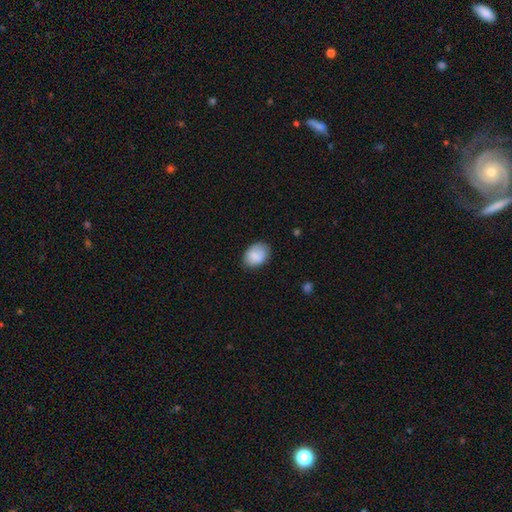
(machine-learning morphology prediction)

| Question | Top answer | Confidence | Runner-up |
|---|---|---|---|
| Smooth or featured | smooth | 79% | featured or disk (14%) |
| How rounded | in between | 72% | round (27%) |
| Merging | none | 74% | minor disturbance (20%) |